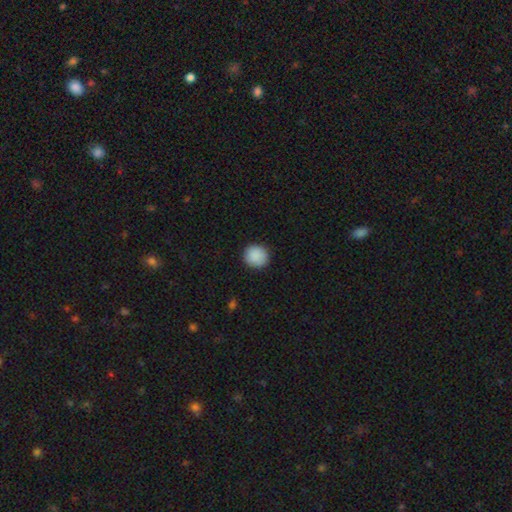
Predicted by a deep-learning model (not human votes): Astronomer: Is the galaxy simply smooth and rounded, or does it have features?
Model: smooth — 90%.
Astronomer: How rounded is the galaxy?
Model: round — 92%.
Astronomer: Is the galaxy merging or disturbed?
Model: none — 91%.